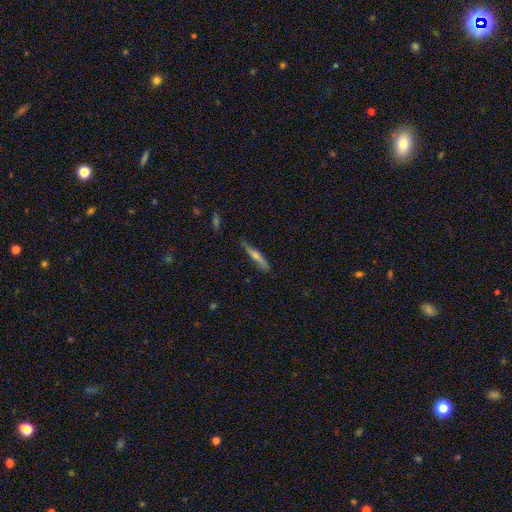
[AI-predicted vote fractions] Overall: smooth (50%; featured or disk 43%). How rounded: cigar-shaped (92%). Merging: none (77%).